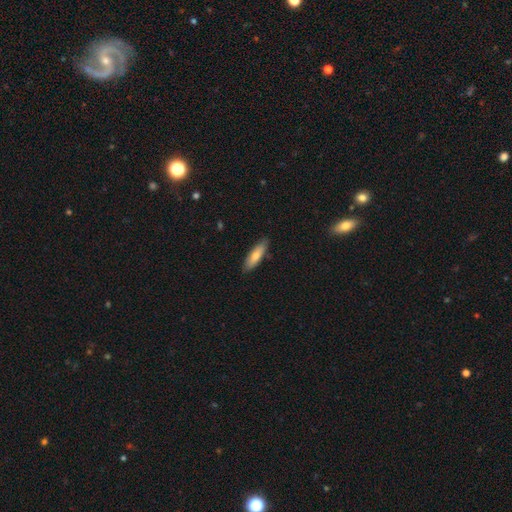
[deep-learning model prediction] smooth_or_featured: smooth (p=0.72) [alt: featured or disk p=0.22]
how_rounded: cigar-shaped (p=0.55) [alt: in between p=0.43]
merging: none (p=0.85) [alt: minor disturbance p=0.12]